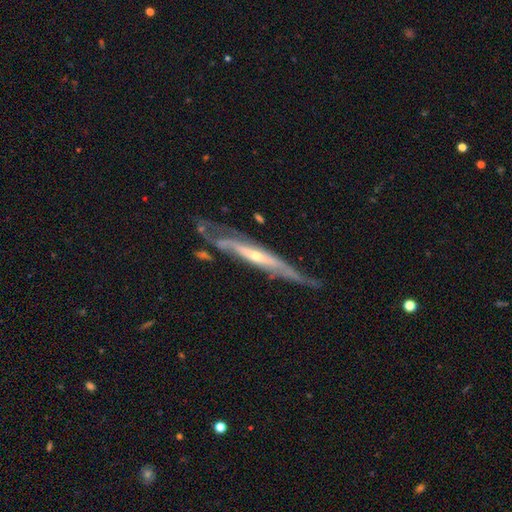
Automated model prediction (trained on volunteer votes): Smooth or featured? Predicted: featured or disk (p=0.82). Edge-on disk? Predicted: yes (p=0.71). Edge-on bulge? Predicted: rounded (p=0.60). Merging? Predicted: none (p=0.60).